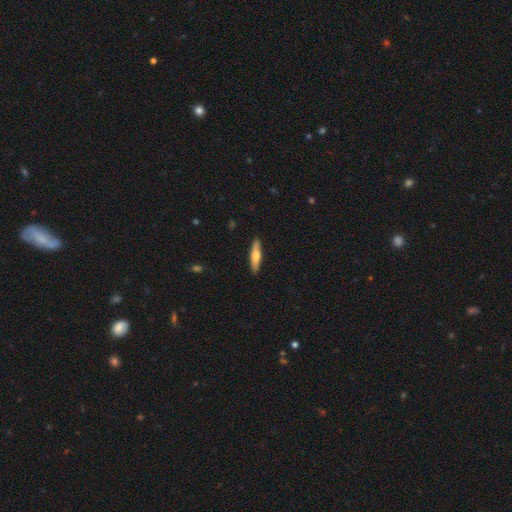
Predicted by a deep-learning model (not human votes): Smooth or featured?
  - smooth: 55% *
  - featured or disk: 40%
  - star or artifact: 5%
How rounded?
  - cigar-shaped: 82% *
  - in between: 17%
  - round: 2%
Merging?
  - none: 90% *
  - minor disturbance: 7%
  - major disturbance: 1%
  - merger: 1%